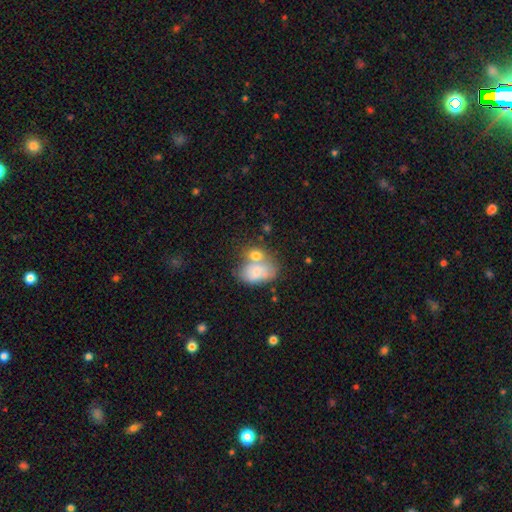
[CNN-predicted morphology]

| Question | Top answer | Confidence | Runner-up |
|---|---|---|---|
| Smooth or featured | smooth | 71% | featured or disk (21%) |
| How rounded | in between | 68% | round (30%) |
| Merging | merger | 54% | none (27%) |